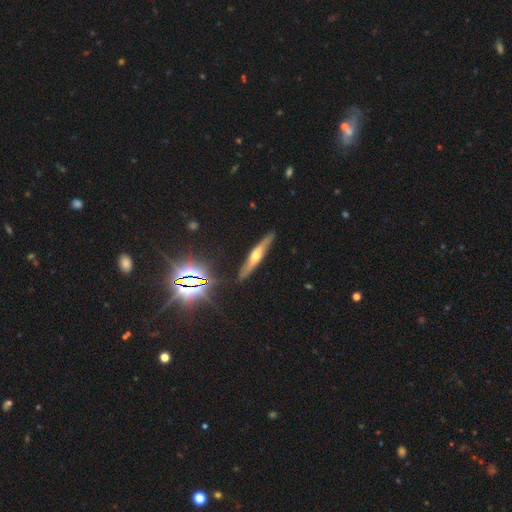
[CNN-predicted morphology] featured or disk 61%, smooth 29%, star or artifact 10%. Down the decision tree: edge-on disk — yes (91%); edge-on bulge — rounded (87%); merging — none (86%).